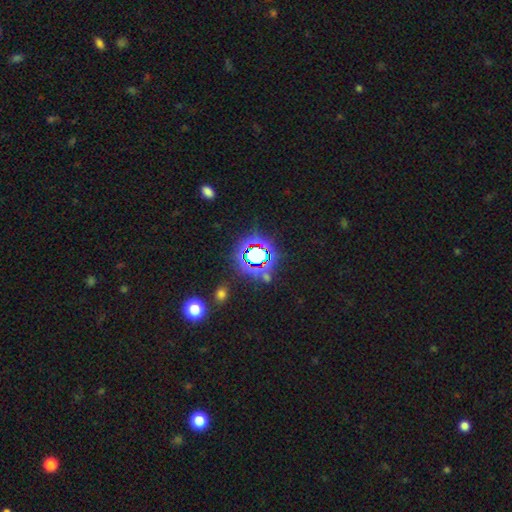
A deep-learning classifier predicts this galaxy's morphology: smooth-or-featured: star or artifact: 72% | smooth: 18% | featured or disk: 10%